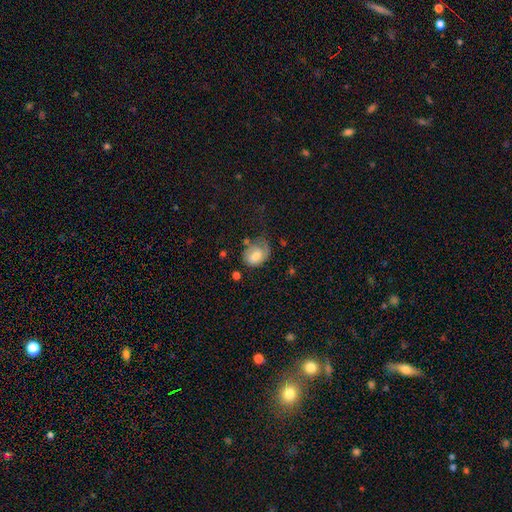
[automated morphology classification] Overall: smooth (60%; featured or disk 32%). How rounded: in between (58%; round 41%). Merging: none (39%; minor disturbance 32%).